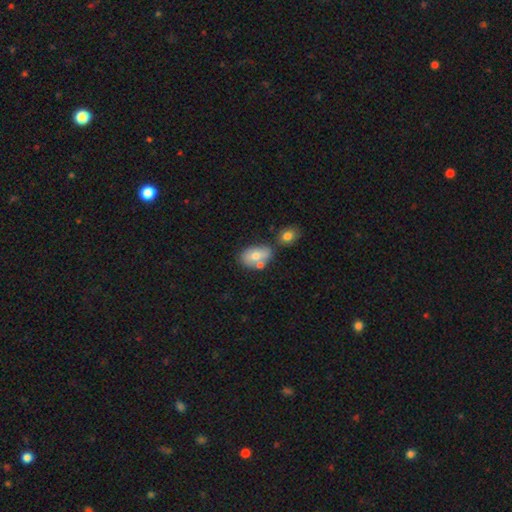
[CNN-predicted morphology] Q: Smooth or featured?
A: smooth (69%); runner-up: featured or disk (23%)
Q: How rounded?
A: in between (85%); runner-up: round (13%)
Q: Merging?
A: none (46%); runner-up: merger (30%)